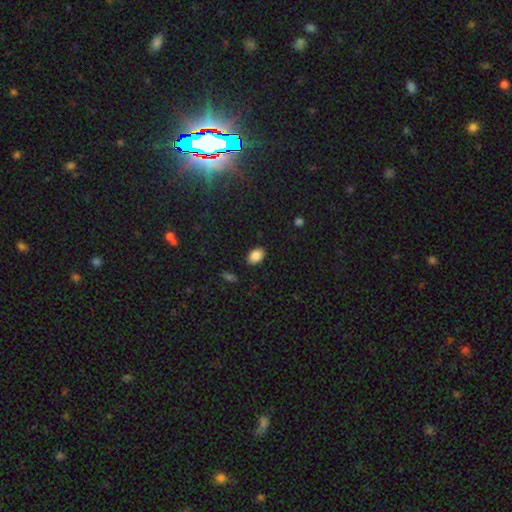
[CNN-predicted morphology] type=smooth (87%); roundness=in between (86%); merging=none (87%).